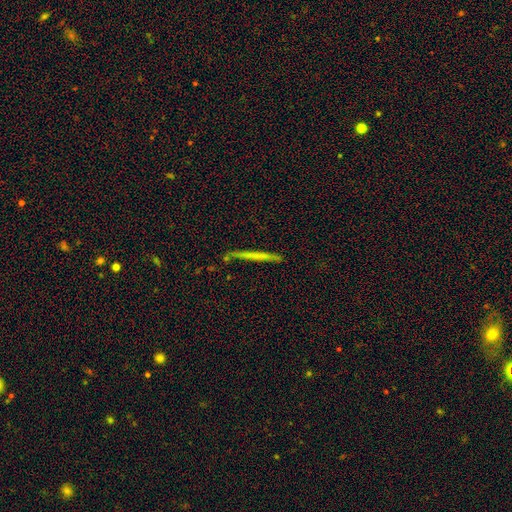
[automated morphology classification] Smooth or featured? smooth (53%)
How rounded? cigar-shaped (96%)
Merging? none (84%)